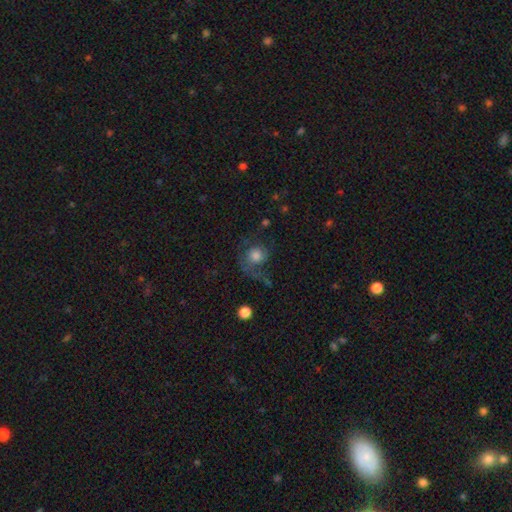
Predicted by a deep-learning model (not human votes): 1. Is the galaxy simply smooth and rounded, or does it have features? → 50% smooth, 40% featured or disk, 10% star or artifact.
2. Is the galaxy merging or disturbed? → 40% none, 36% major disturbance, 19% minor disturbance, 4% merger.